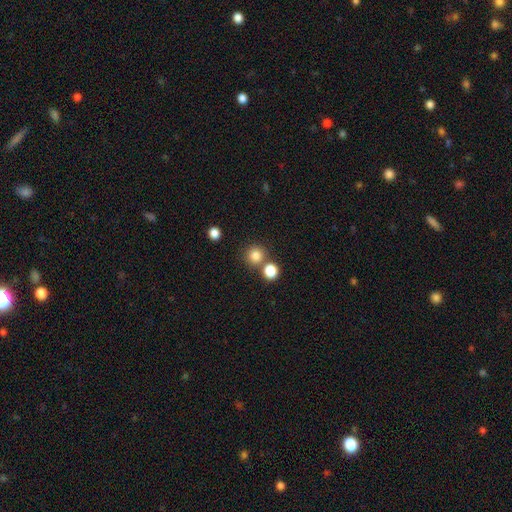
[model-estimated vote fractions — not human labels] Smooth or featured?
  - smooth: 82% *
  - star or artifact: 13%
  - featured or disk: 6%
How rounded?
  - round: 92% *
  - in between: 7%
  - cigar-shaped: 1%
Merging?
  - none: 73% *
  - merger: 17%
  - minor disturbance: 7%
  - major disturbance: 3%